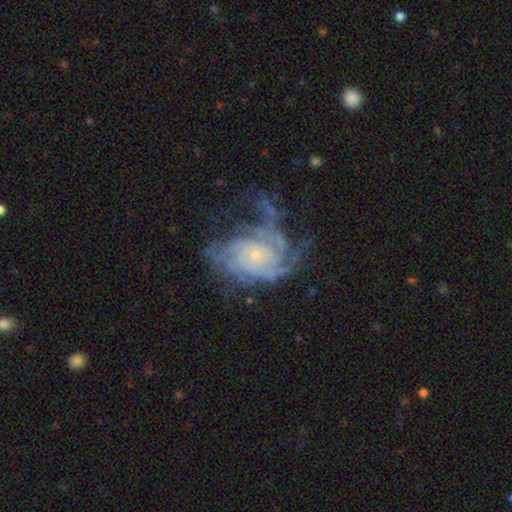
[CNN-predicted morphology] type=featured or disk (85%); edge-on=no (98%); bar=no (77%); spiral arms=yes (94%); winding=tight (56%); arm count=can't tell (32%); bulge=small (80%); merging=none (44%).